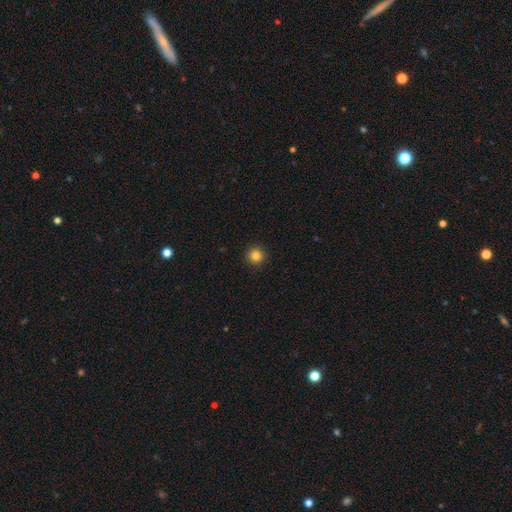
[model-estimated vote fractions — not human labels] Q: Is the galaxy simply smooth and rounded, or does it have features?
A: smooth — 84%.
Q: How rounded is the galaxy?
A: round — 95%.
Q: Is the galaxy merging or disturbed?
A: none — 93%.